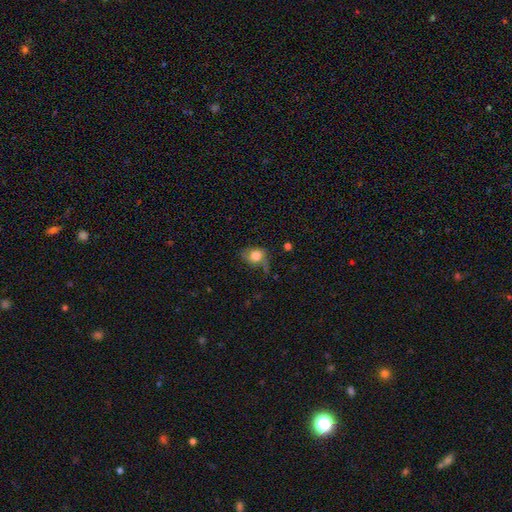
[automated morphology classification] type=smooth (73%); roundness=in between (53%); merging=none (44%).